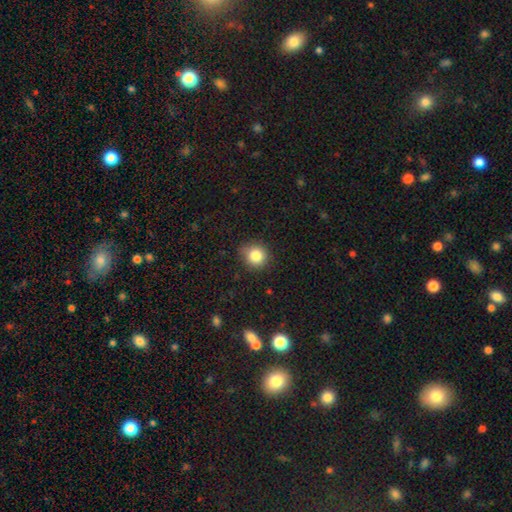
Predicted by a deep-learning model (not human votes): Morphology: type=smooth (84%); roundness=round (90%); merging=none (84%).